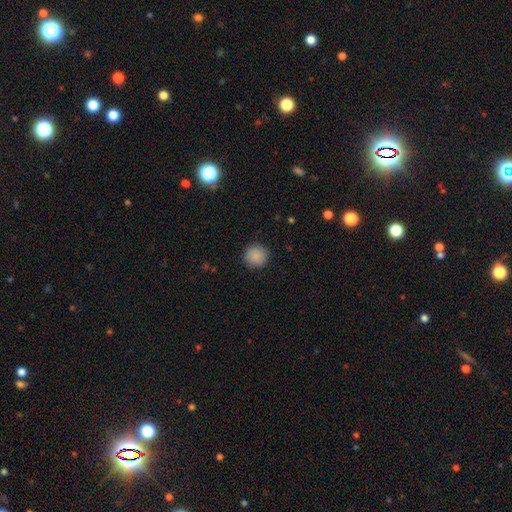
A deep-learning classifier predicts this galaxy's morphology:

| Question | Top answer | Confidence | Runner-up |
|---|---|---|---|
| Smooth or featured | smooth | 88% | star or artifact (8%) |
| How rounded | round | 94% | in between (5%) |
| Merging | none | 90% | minor disturbance (7%) |